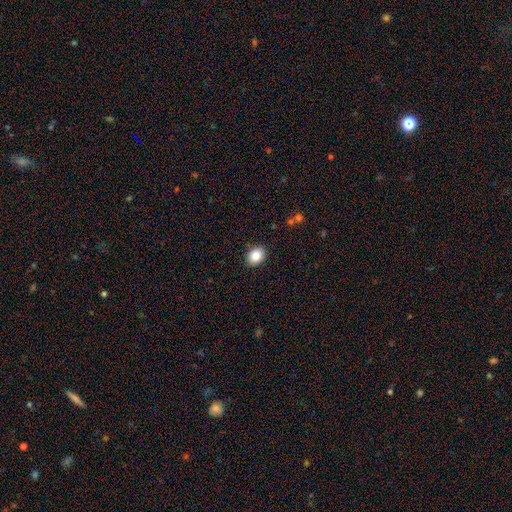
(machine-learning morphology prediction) Overall: smooth (85%). How rounded: in between (60%; round 39%). Merging: none (89%).